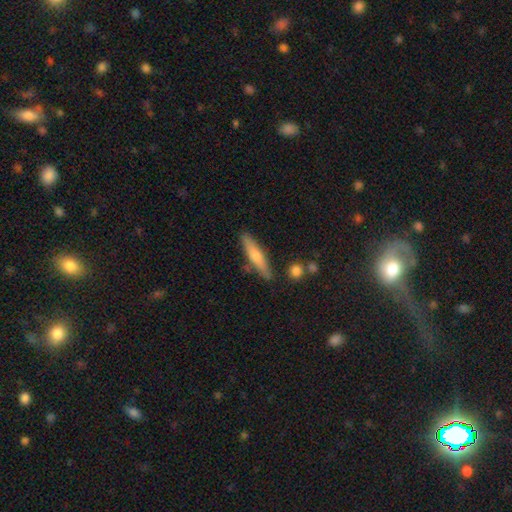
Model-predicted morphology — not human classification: Smooth or featured?
  - smooth: 56% *
  - featured or disk: 38%
  - star or artifact: 6%
How rounded?
  - cigar-shaped: 85% *
  - in between: 13%
  - round: 2%
Merging?
  - none: 83% *
  - minor disturbance: 11%
  - merger: 4%
  - major disturbance: 2%